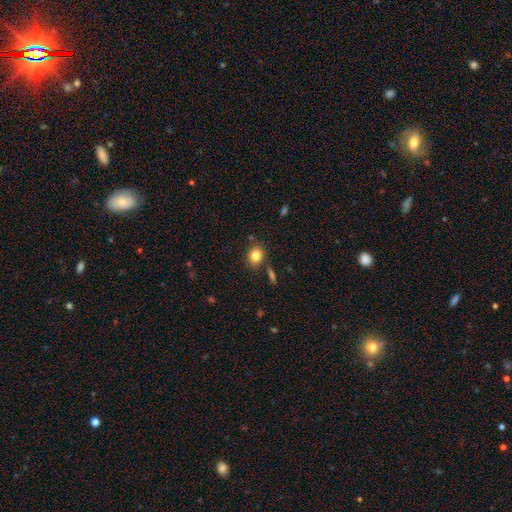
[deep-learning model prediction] smooth-or-featured: smooth: 82% | star or artifact: 10% | featured or disk: 8%
  how-rounded: round: 64% | in between: 35% | cigar-shaped: 1%
  merging: none: 81% | minor disturbance: 11% | merger: 6% | major disturbance: 3%